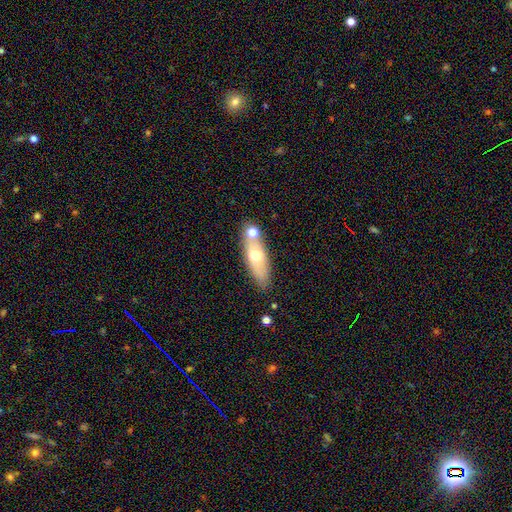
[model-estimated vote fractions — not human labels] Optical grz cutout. It shows a smooth galaxy with no disk features (57%) that is in between round and cigar-shaped (55%). Merging: none (65%).